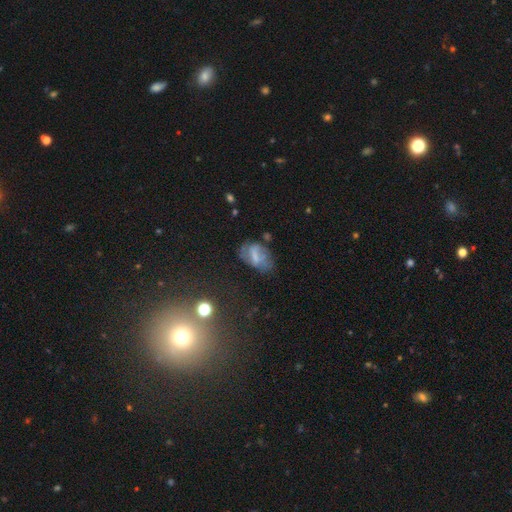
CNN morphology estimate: Overall: featured or disk (44%; smooth 43%). Merging: none (49%; minor disturbance 27%).